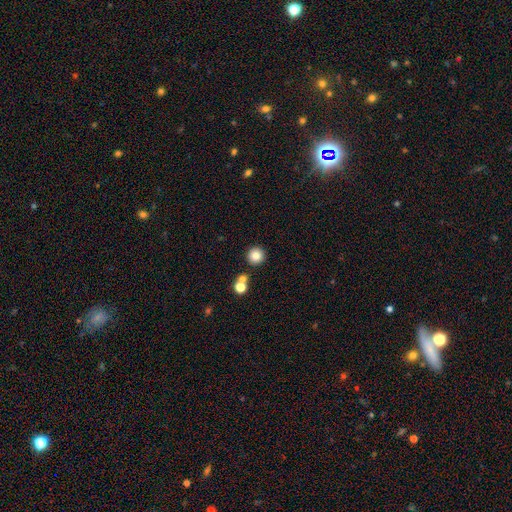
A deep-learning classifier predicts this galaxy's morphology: A smooth galaxy with no disk features (82%) that is round (95%). Merging: none (85%).